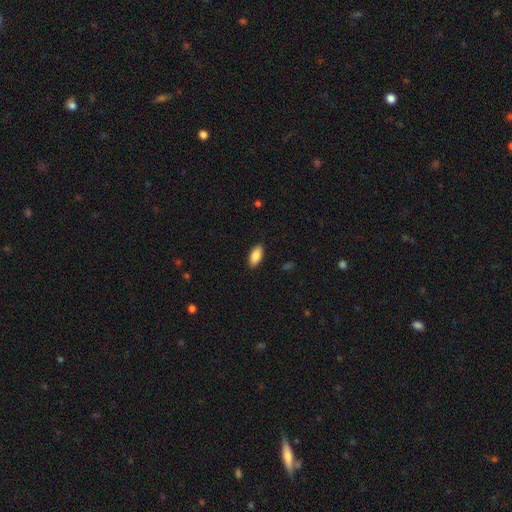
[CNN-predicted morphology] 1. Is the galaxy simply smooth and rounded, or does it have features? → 88% smooth, 6% star or artifact, 6% featured or disk.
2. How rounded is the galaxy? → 91% in between, 7% cigar-shaped, 2% round.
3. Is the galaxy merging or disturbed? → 89% none, 8% minor disturbance, 2% major disturbance, 1% merger.